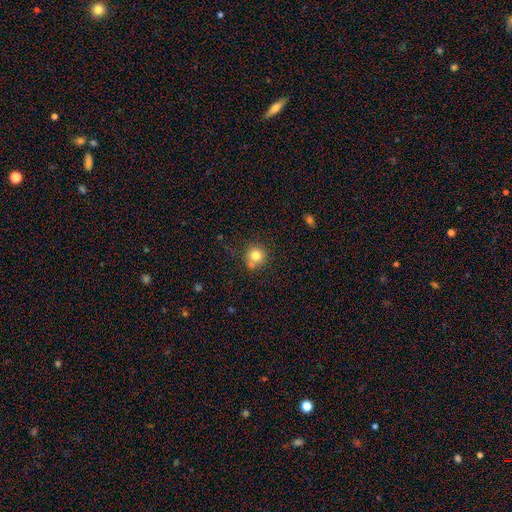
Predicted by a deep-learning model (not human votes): The model was most divided on "merging": none: 71%, merger: 15%, minor disturbance: 11%, major disturbance: 3%. More confident: how rounded — round (92%); smooth or featured — smooth (79%).